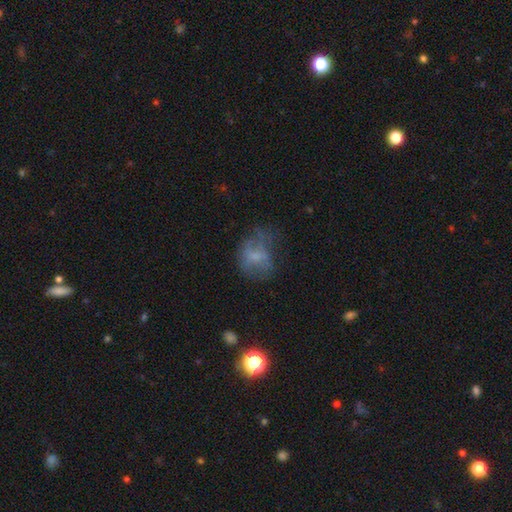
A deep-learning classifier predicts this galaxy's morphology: type=smooth (50%); roundness=in between (51%); merging=none (40%).